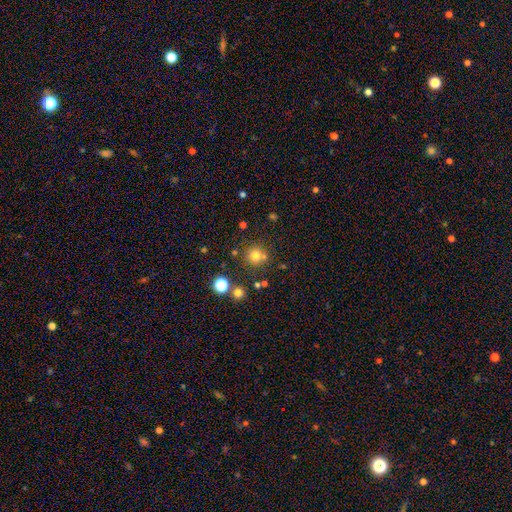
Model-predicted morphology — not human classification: smooth-or-featured: smooth: 75% | star or artifact: 17% | featured or disk: 8%
  how-rounded: round: 93% | in between: 6% | cigar-shaped: 1%
  merging: none: 76% | merger: 12% | minor disturbance: 9% | major disturbance: 3%